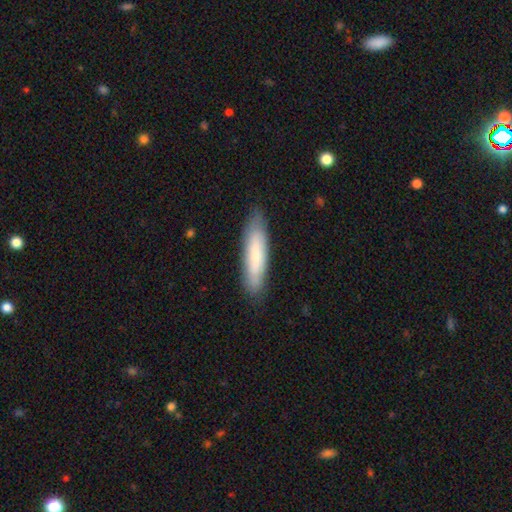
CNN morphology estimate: Smooth or featured? Predicted: smooth (p=0.72). How rounded? Predicted: cigar-shaped (p=0.72). Merging? Predicted: none (p=0.83).